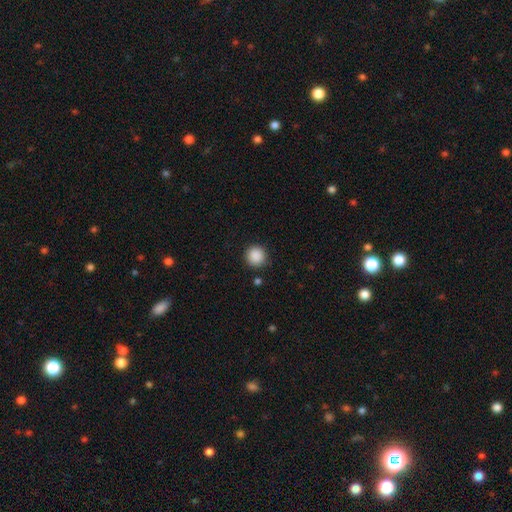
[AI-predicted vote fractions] Smooth or featured: smooth — 89% (star or artifact — 9%)
How rounded: round — 94% (in between — 5%)
Merging: none — 89% (minor disturbance — 7%)